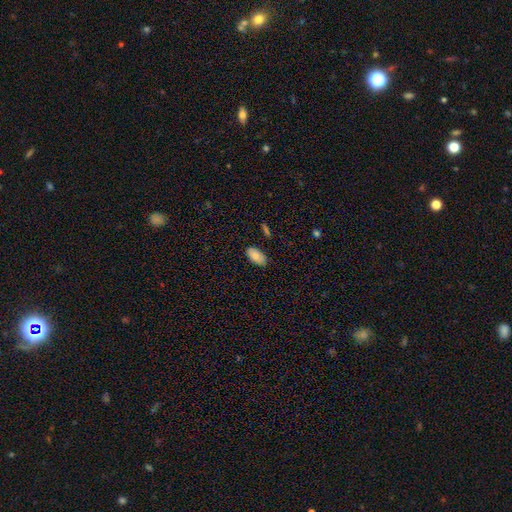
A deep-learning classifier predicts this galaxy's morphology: A smooth galaxy with no disk features (87%) that is in between round and cigar-shaped (95%).

Vote fractions:
- Smooth or featured? smooth: 87% / star or artifact: 7% / featured or disk: 6%
- How rounded? in between: 95% / cigar-shaped: 3% / round: 2%
- Merging? none: 84% / minor disturbance: 12% / major disturbance: 2% / merger: 2%